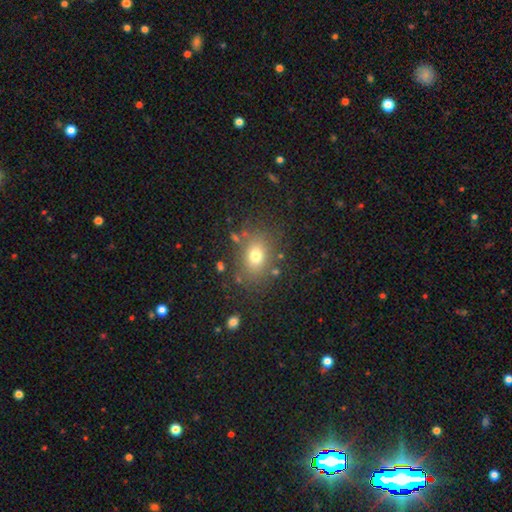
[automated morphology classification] Smooth or featured? Predicted: smooth (p=0.73). How rounded? Predicted: in between (p=0.62). Merging? Predicted: none (p=0.78).